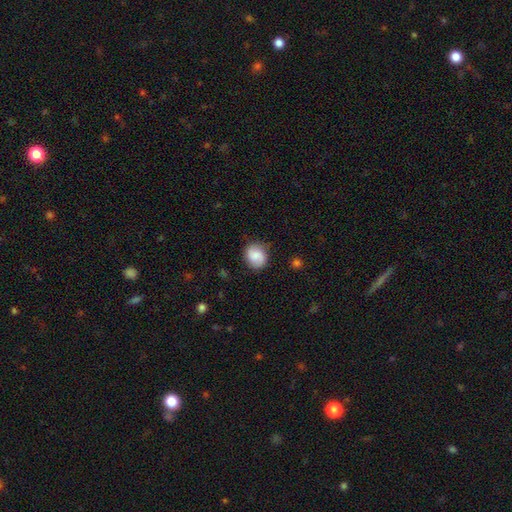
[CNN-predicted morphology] Overall: smooth (71%). How rounded: round (71%). Merging: none (77%).